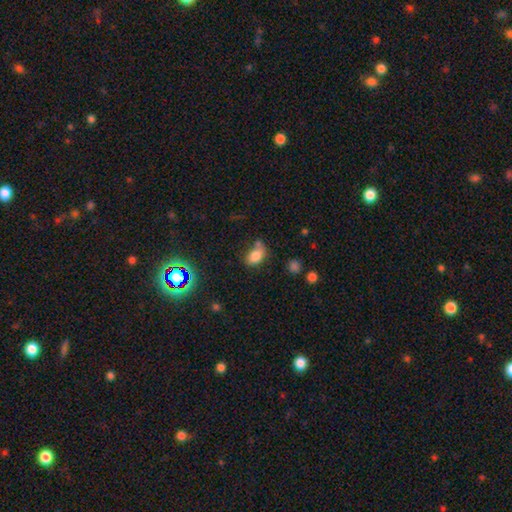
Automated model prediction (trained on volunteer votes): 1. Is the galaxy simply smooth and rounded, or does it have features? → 79% smooth, 12% star or artifact, 9% featured or disk.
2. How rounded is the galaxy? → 81% in between, 17% round, 2% cigar-shaped.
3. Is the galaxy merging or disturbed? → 47% none, 23% minor disturbance, 19% merger, 10% major disturbance.